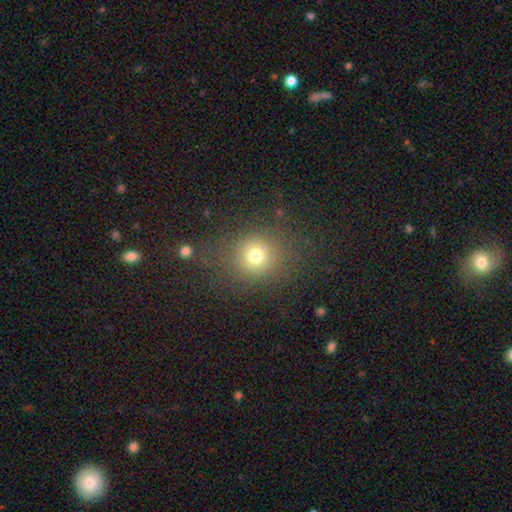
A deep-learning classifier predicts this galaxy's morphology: A smooth galaxy with no disk features (73%) that is round (84%). Merging: none (78%).